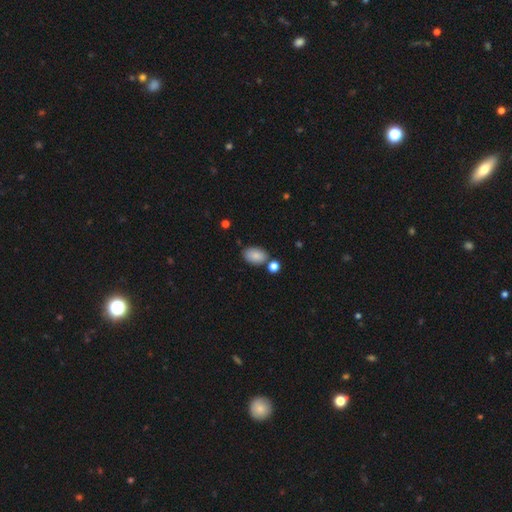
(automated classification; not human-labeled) Smooth or featured: smooth — 85% (star or artifact — 8%)
How rounded: in between — 90% (round — 9%)
Merging: none — 73% (minor disturbance — 14%)